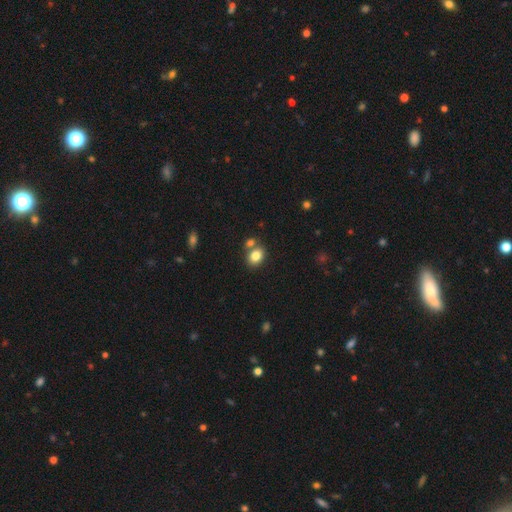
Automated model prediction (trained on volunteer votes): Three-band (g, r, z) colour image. It shows a smooth galaxy with no disk features (83%) that is in between round and cigar-shaped (62%). Merging: none (60%).